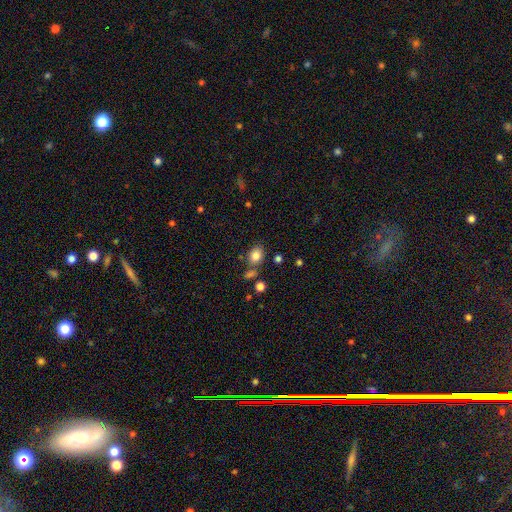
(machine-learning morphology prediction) This is clearly a smooth galaxy (82%). How rounded: possibly in between (53%). Merging: likely none (71%).